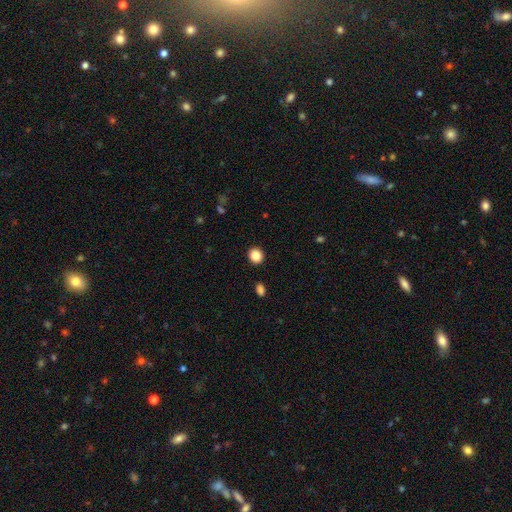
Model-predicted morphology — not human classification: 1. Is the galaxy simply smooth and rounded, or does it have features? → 86% smooth, 10% star or artifact, 4% featured or disk.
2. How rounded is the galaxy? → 82% round, 17% in between, 1% cigar-shaped.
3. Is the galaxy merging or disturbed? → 92% none, 5% minor disturbance, 2% major disturbance, 1% merger.